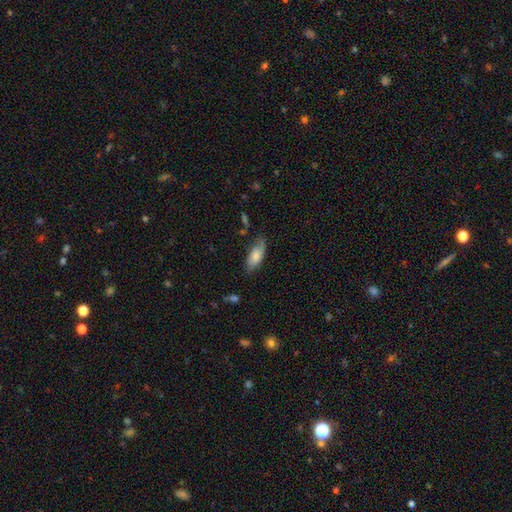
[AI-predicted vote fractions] Smooth or featured? smooth (71%)
How rounded? in between (83%)
Merging? none (64%)